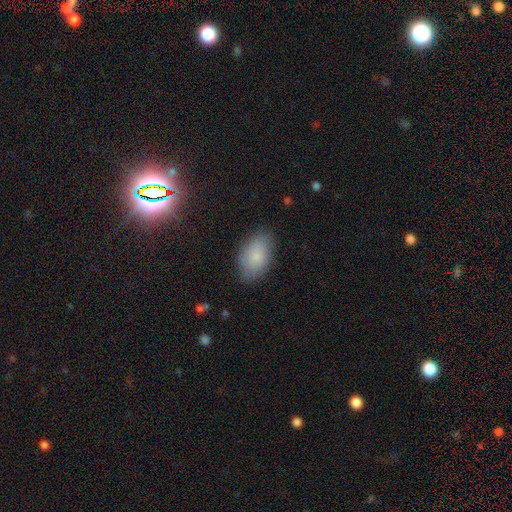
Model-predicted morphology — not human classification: A smooth galaxy with no disk features (83%) that is in between round and cigar-shaped (92%).

Vote fractions:
- Smooth or featured? smooth: 83% / featured or disk: 9% / star or artifact: 8%
- How rounded? in between: 92% / round: 6% / cigar-shaped: 2%
- Merging? none: 81% / minor disturbance: 14% / major disturbance: 4% / merger: 1%